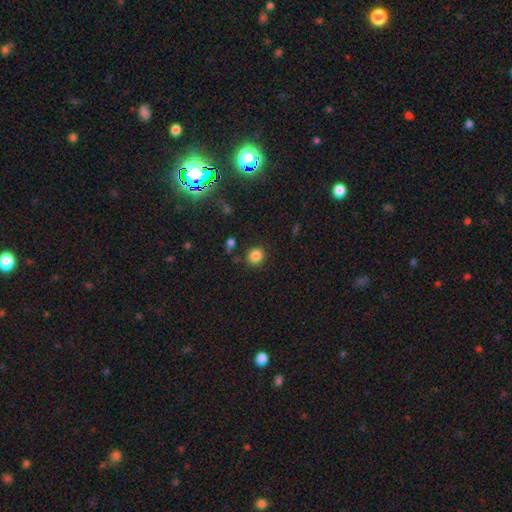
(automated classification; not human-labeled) smooth 84%, star or artifact 12%, featured or disk 4%. Down the decision tree: how rounded — round (88%); merging — none (86%).